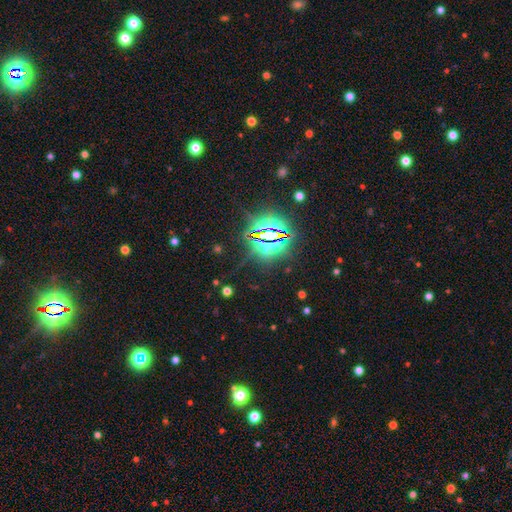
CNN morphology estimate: Smooth or featured? Predicted: star or artifact (p=0.86).